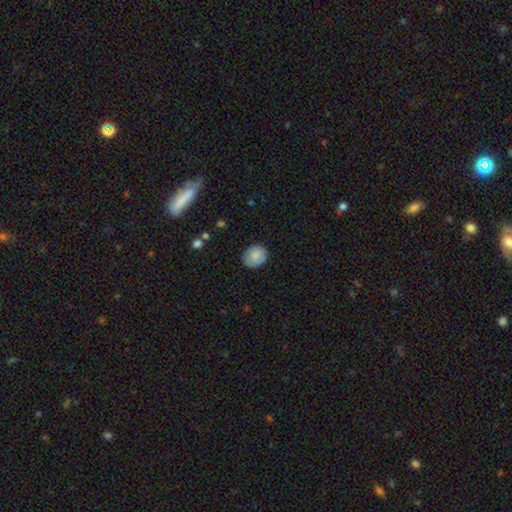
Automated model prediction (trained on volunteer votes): The model was most divided on "how rounded": round: 55%, in between: 44%, cigar-shaped: 1%. More confident: smooth or featured — smooth (82%); merging — none (76%).